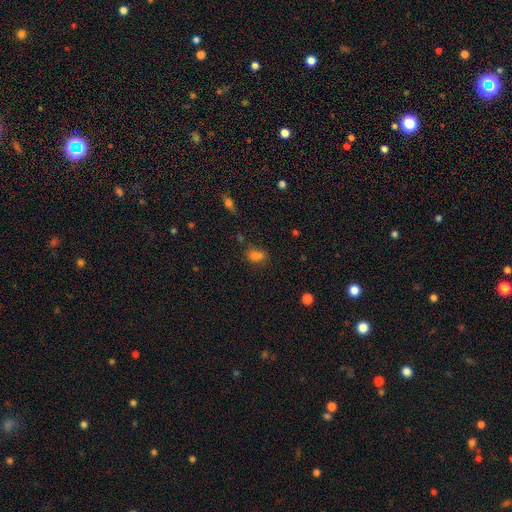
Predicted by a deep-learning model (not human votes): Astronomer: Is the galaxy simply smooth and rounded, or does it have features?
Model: smooth — 76%.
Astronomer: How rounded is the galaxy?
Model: in between — 76%.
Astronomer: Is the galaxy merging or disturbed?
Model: none — 55%.